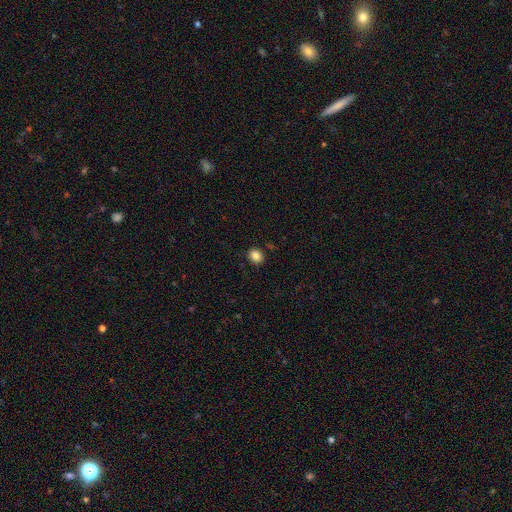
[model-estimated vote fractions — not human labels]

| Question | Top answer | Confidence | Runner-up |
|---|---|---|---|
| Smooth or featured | smooth | 85% | star or artifact (10%) |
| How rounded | round | 67% | in between (32%) |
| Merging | none | 89% | minor disturbance (7%) |